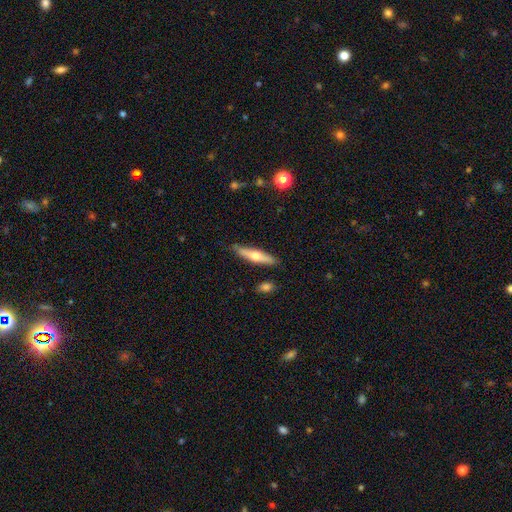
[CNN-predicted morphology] A smooth galaxy with no disk features (48%). Merging: none (84%).